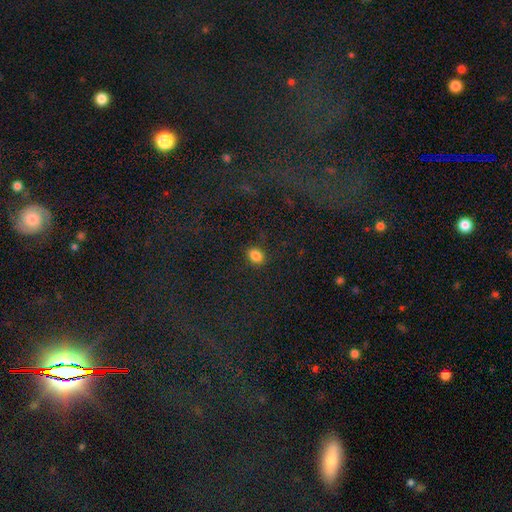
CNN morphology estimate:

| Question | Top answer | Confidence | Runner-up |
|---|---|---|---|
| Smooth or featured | smooth | 84% | star or artifact (12%) |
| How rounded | in between | 64% | round (35%) |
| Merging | none | 85% | minor disturbance (11%) |